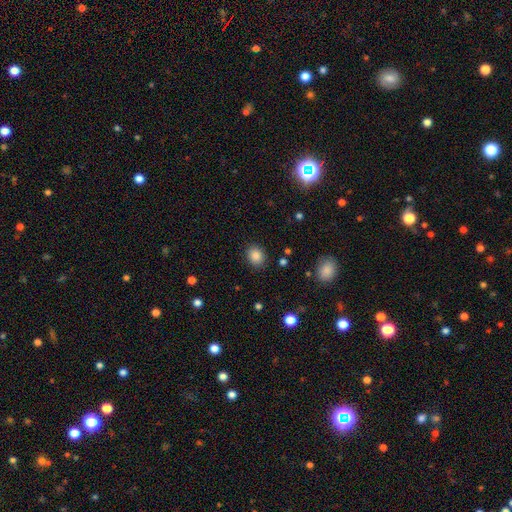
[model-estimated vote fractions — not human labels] This appears to be a smooth galaxy with no disk features (86%) that is round (63%). Merging: none (88%).